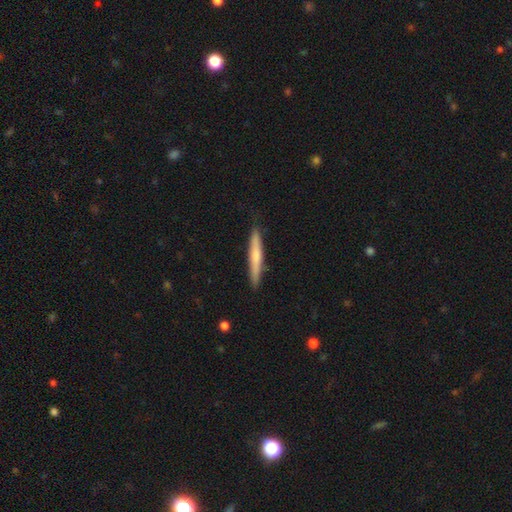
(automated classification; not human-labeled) Morphology: type=smooth (59%); roundness=cigar-shaped (95%); merging=none (88%).